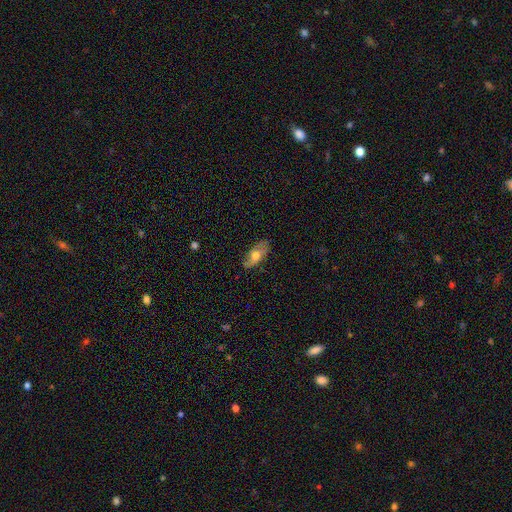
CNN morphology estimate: Smooth or featured: smooth — 47% (featured or disk — 45%)
Merging: none — 73% (minor disturbance — 20%)